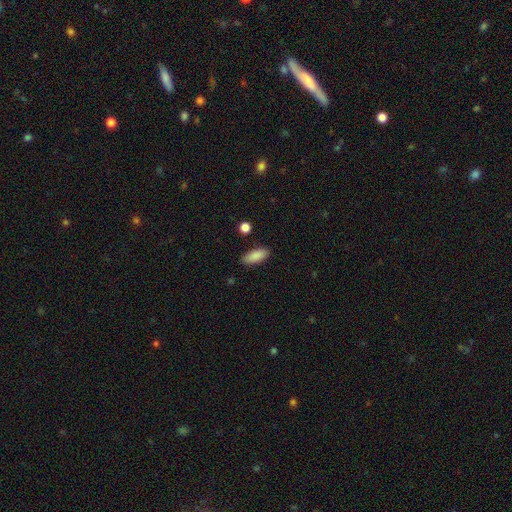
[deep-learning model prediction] Smooth or featured? Predicted: smooth (p=0.88). How rounded? Predicted: in between (p=0.81). Merging? Predicted: none (p=0.87).